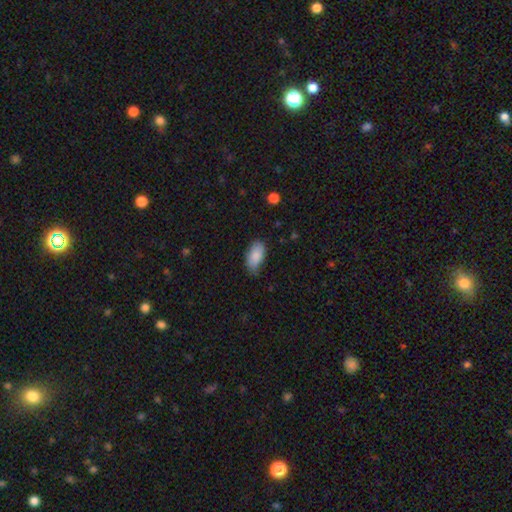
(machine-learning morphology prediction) This appears to be a smooth galaxy with no disk features (87%) that is in between round and cigar-shaped (94%). Merging: none (69%).